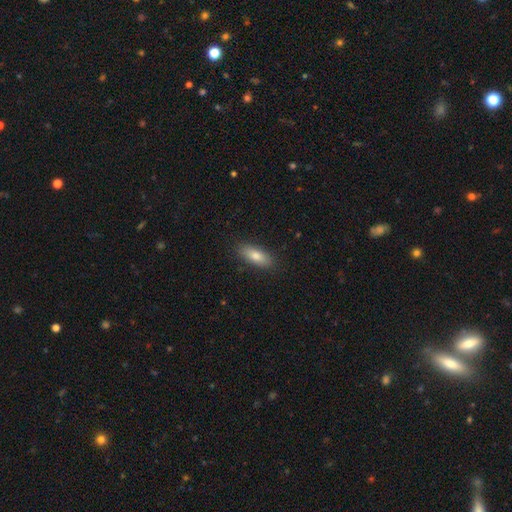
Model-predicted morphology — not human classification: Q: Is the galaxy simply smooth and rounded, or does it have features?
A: smooth — 78%.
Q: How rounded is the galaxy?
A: in between — 72%.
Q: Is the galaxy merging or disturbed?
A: none — 88%.